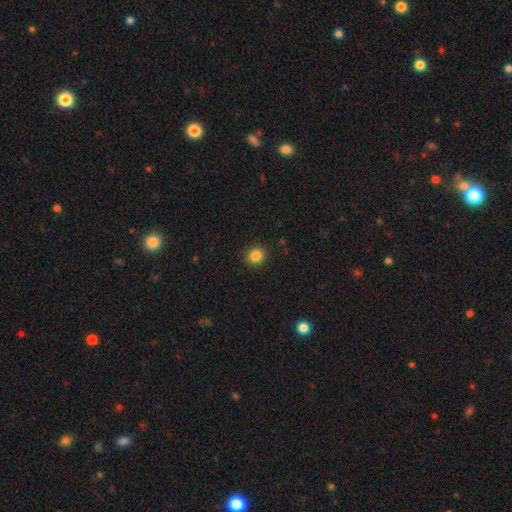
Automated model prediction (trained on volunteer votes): A smooth galaxy with no disk features (85%) that is round (89%). Merging: none (91%).